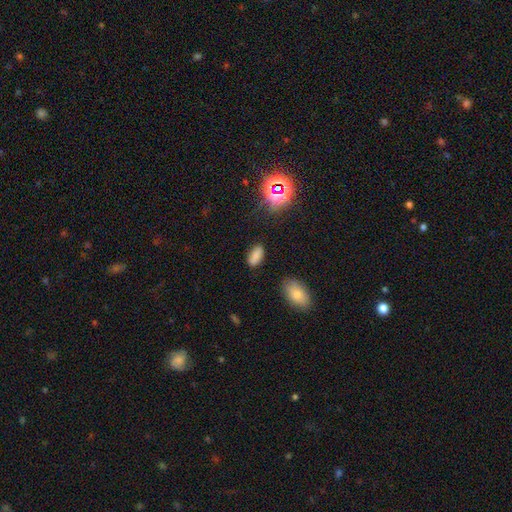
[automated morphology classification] This appears to be a smooth galaxy with no disk features (78%) that is in between round and cigar-shaped (90%). Merging: none (82%).